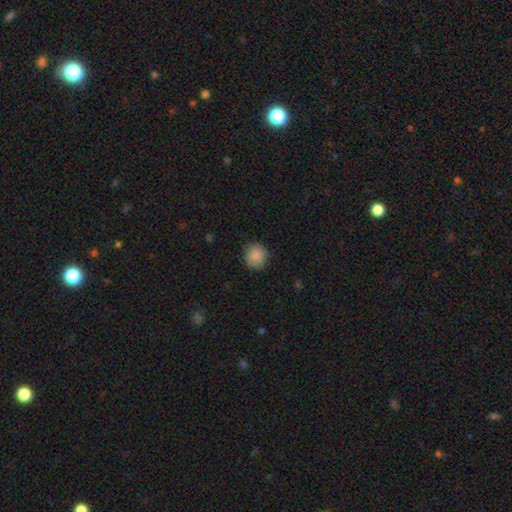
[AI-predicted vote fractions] This appears to be a smooth galaxy with no disk features (88%) that is round (90%). Merging: none (86%).